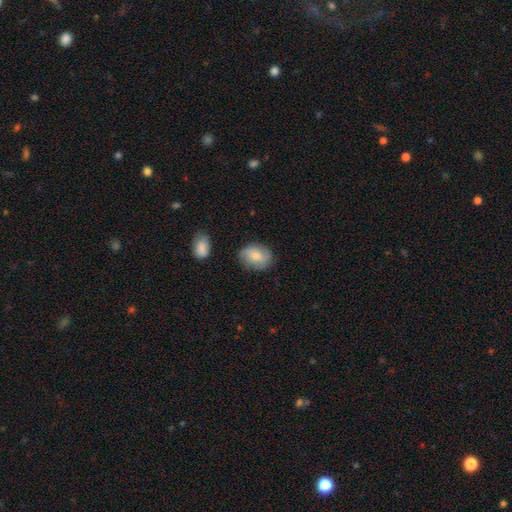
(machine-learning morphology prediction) Smooth or featured? smooth (65%)
How rounded? in between (60%)
Merging? none (75%)